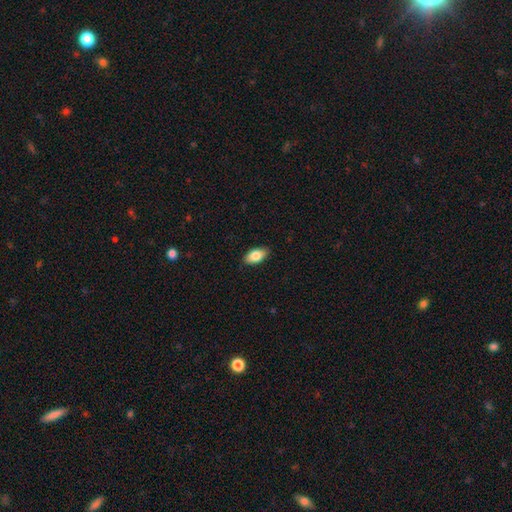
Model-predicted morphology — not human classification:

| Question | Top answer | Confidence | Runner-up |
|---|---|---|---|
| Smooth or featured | smooth | 82% | featured or disk (11%) |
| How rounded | in between | 92% | cigar-shaped (4%) |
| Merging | none | 87% | minor disturbance (10%) |